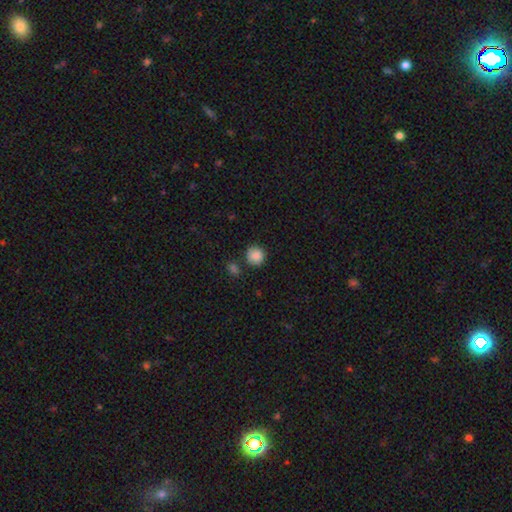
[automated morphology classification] A smooth galaxy with no disk features (88%) that is round (90%). Merging: none (79%).